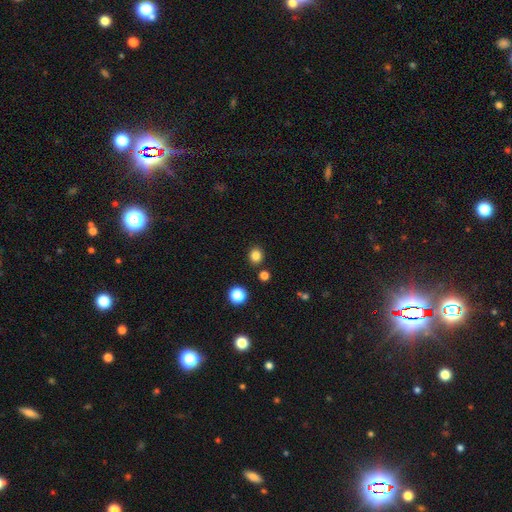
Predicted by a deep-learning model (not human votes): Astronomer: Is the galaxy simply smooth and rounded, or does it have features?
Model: smooth — 83%.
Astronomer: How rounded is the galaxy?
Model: round — 81%.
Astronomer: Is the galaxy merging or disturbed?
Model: none — 88%.